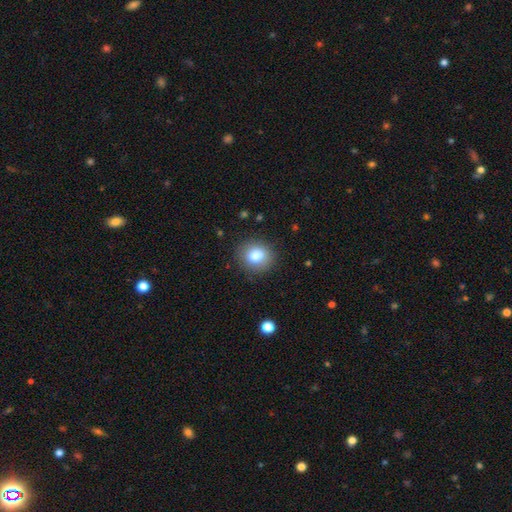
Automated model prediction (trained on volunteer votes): Overall: smooth (83%). How rounded: round (76%). Merging: none (85%).